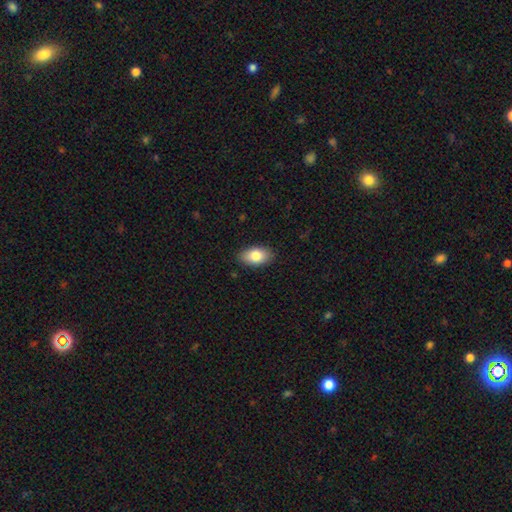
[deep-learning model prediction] Q: Smooth or featured?
A: smooth (82%); runner-up: featured or disk (11%)
Q: How rounded?
A: in between (92%); runner-up: round (6%)
Q: Merging?
A: none (87%); runner-up: minor disturbance (10%)